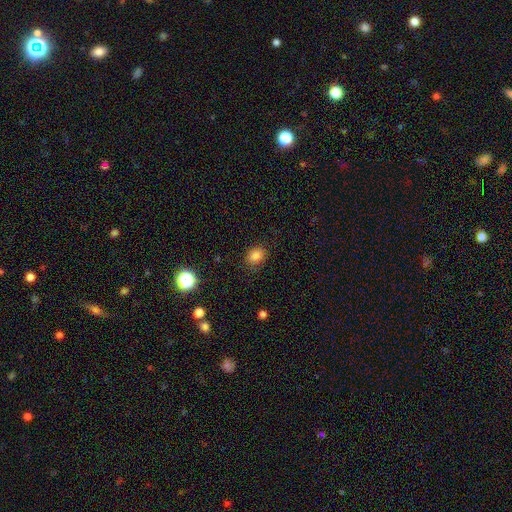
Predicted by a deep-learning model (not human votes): Smooth or featured: smooth — 83% (star or artifact — 12%)
How rounded: in between — 62% (round — 37%)
Merging: none — 82% (minor disturbance — 13%)